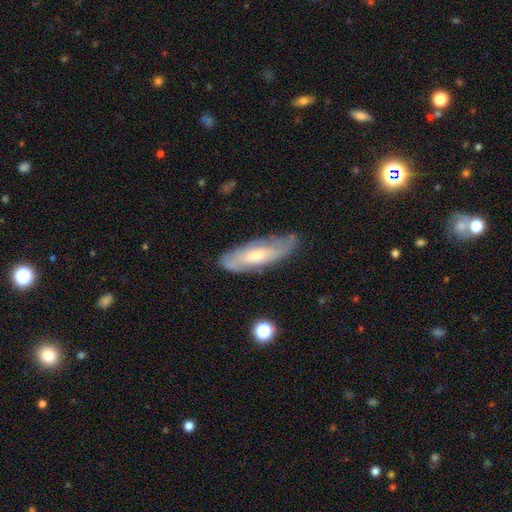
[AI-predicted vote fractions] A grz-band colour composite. It shows a featured or disk galaxy (55%). Merging: none (69%).